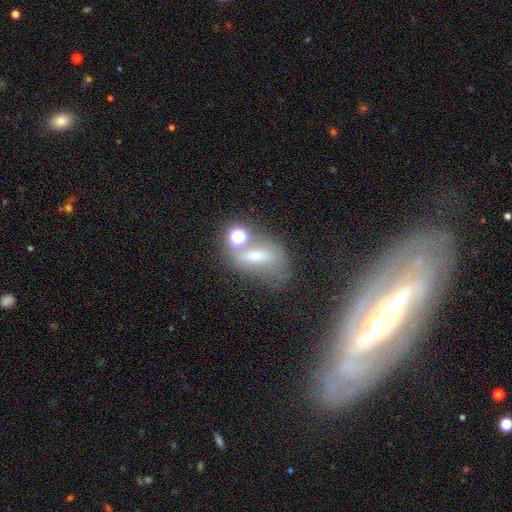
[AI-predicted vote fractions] smooth 51%, featured or disk 29%, star or artifact 20%. Down the decision tree: how rounded — in between (67%); merging — none (44%).